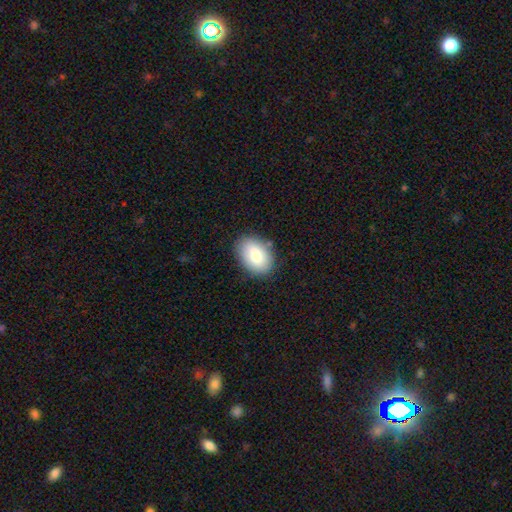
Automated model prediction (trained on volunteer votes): Smooth or featured? smooth (80%)
How rounded? in between (85%)
Merging? none (84%)